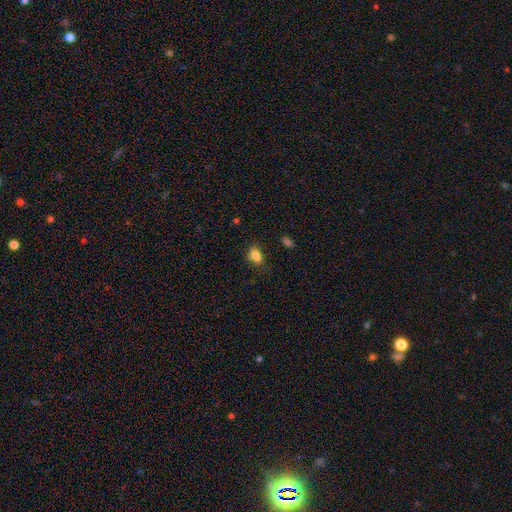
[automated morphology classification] smooth-or-featured: smooth: 83% | star or artifact: 10% | featured or disk: 7%
  how-rounded: in between: 81% | round: 17% | cigar-shaped: 2%
  merging: none: 74% | minor disturbance: 20% | major disturbance: 5% | merger: 2%